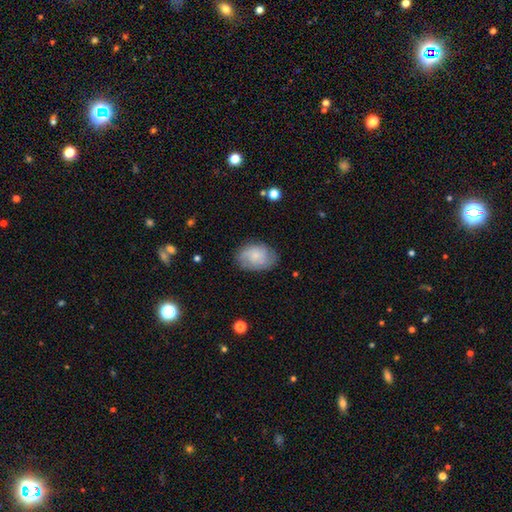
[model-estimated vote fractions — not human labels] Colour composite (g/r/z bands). It shows a smooth galaxy with no disk features (54%) that is in between round and cigar-shaped (79%). Merging: none (75%).